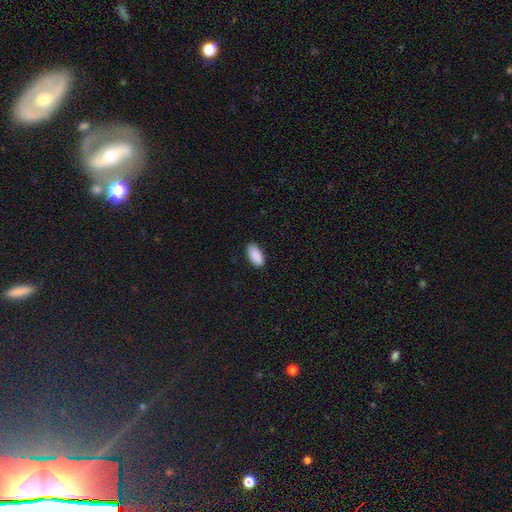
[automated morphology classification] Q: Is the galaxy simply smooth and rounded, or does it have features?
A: smooth — 91%.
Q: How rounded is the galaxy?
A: in between — 93%.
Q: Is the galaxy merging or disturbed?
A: none — 89%.